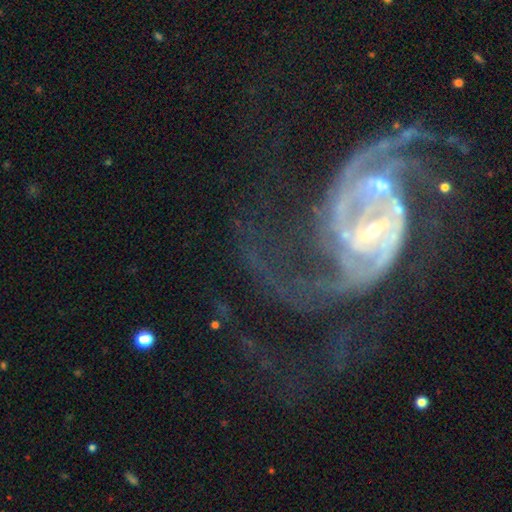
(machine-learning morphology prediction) This is clearly a featured or disk galaxy (87%). It is clearly not viewed edge-on (97%). Bar: marginally weak (38%). Spiral arm pattern: clearly yes (94%). Spiral arm count: likely 2 (67%). Spiral winding: marginally medium (45%). Central bulge: likely small (78%). Merging: marginally major disturbance (35%).